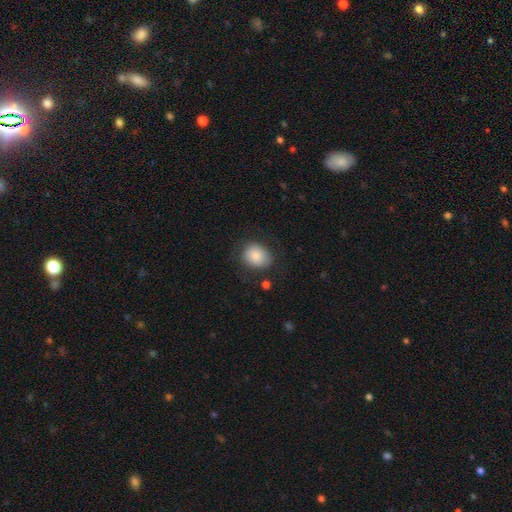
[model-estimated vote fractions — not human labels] A smooth galaxy with no disk features (83%) that is round (56%). Merging: none (75%).